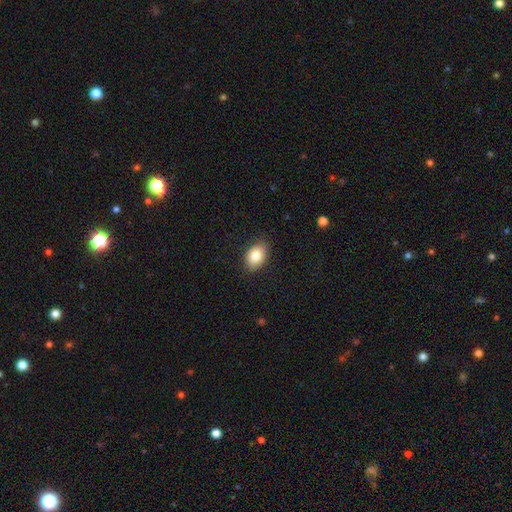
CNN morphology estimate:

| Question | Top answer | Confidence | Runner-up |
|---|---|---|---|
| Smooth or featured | smooth | 83% | featured or disk (9%) |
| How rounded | in between | 82% | round (17%) |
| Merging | none | 84% | minor disturbance (13%) |